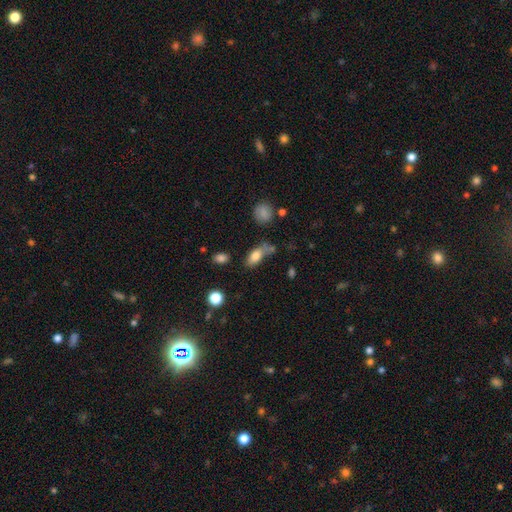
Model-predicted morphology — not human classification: This is likely a smooth galaxy (80%). How rounded: clearly in between (85%). Merging: possibly none (47%).